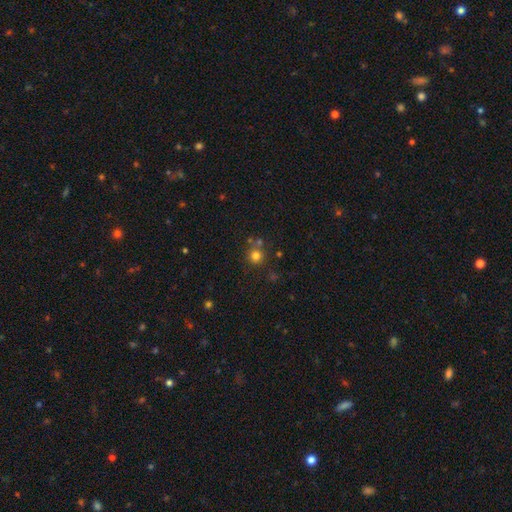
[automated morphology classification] Smooth or featured: smooth — 76% (star or artifact — 17%)
How rounded: round — 92% (in between — 7%)
Merging: none — 70% (merger — 17%)